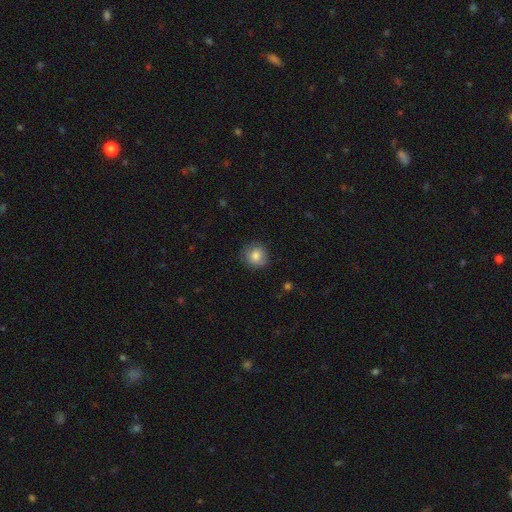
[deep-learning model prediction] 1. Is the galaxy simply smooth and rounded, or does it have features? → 83% smooth, 9% star or artifact, 8% featured or disk.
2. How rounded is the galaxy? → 87% round, 12% in between, 1% cigar-shaped.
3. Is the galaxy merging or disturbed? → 80% none, 15% minor disturbance, 3% major disturbance, 1% merger.